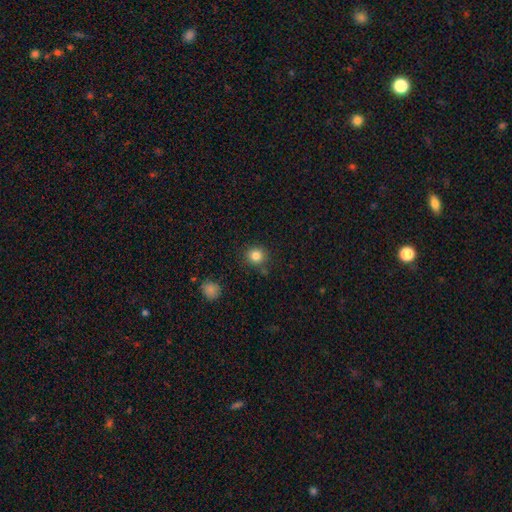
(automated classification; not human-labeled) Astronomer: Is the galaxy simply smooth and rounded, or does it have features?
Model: smooth — 84%.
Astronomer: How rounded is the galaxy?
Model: round — 91%.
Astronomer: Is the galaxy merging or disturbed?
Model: none — 84%.